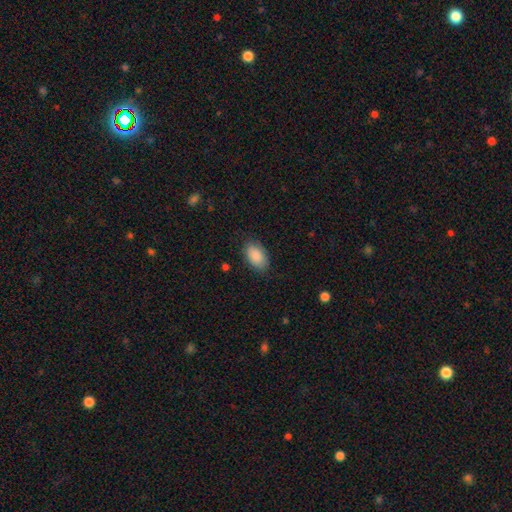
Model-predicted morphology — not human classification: Smooth or featured: smooth — 89% (star or artifact — 6%)
How rounded: in between — 93% (round — 6%)
Merging: none — 83% (minor disturbance — 13%)